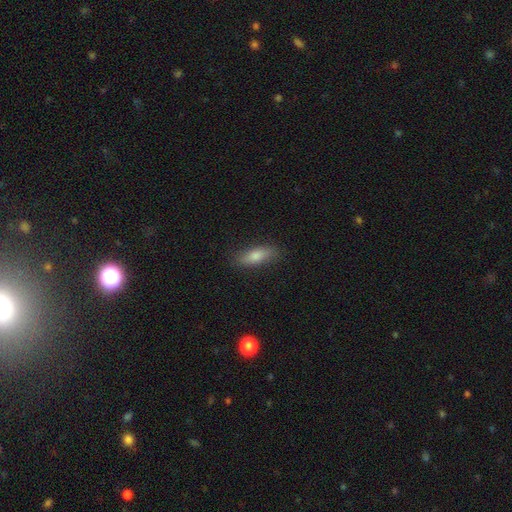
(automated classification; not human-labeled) This appears to be a smooth galaxy with no disk features (74%) that is in between round and cigar-shaped (54%). Merging: none (85%).